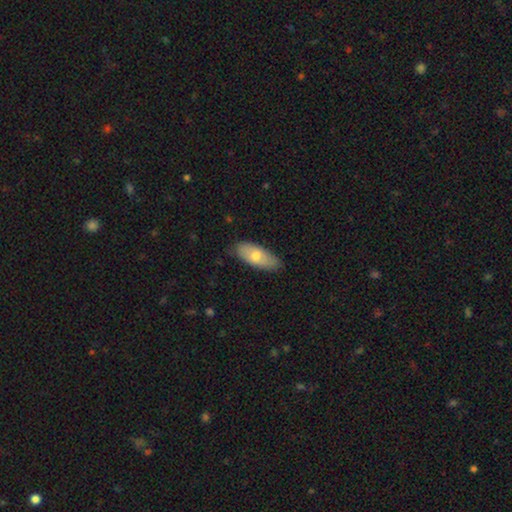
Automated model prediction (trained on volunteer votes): Overall: smooth (71%). How rounded: in between (80%). Merging: none (82%).